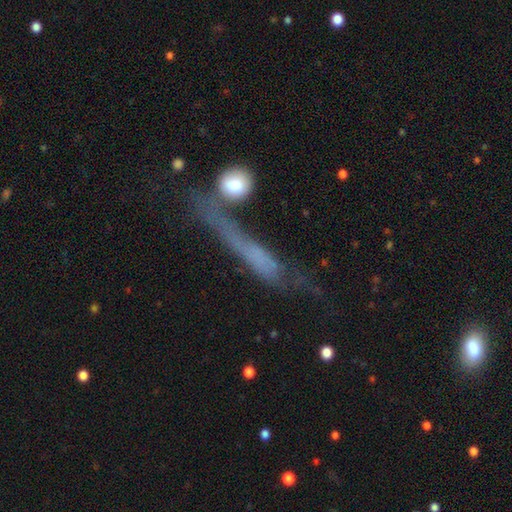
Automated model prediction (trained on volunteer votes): smooth_or_featured: smooth (p=0.44) [alt: featured or disk p=0.42]
merging: none (p=0.32) [alt: major disturbance p=0.29]